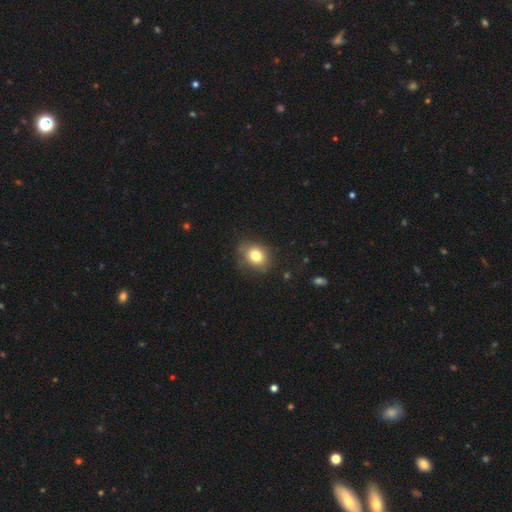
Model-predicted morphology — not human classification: This is likely a smooth galaxy (79%). How rounded: possibly round (56%). Merging: likely none (74%).